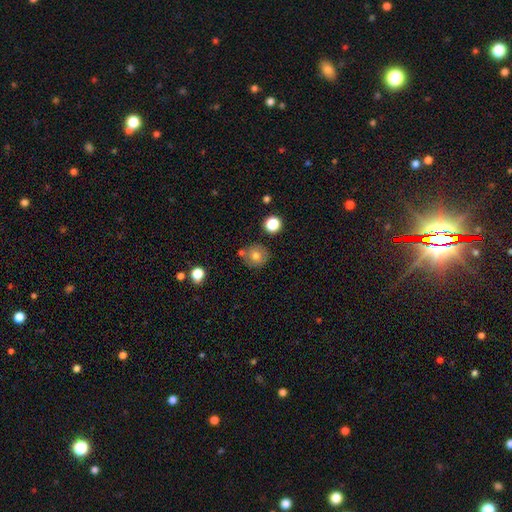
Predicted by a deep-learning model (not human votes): smooth 74%, featured or disk 14%, star or artifact 12%. Down the decision tree: how rounded — round (90%); merging — none (75%).